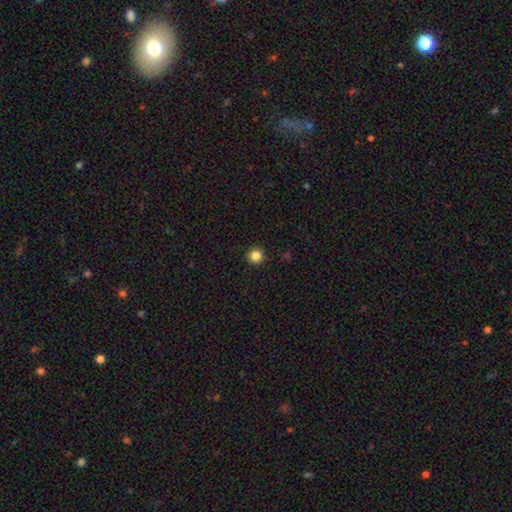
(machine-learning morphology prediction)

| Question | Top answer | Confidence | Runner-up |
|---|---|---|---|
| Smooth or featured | smooth | 85% | star or artifact (11%) |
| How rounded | round | 96% | in between (3%) |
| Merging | none | 93% | minor disturbance (4%) |